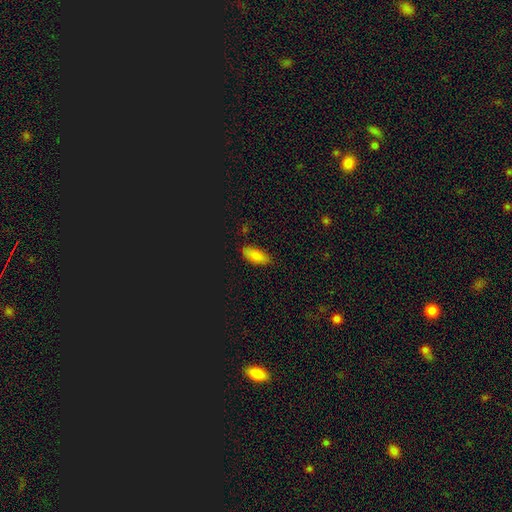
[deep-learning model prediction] This appears to be a smooth galaxy with no disk features (82%) that is in between round and cigar-shaped (86%). Merging: none (82%).